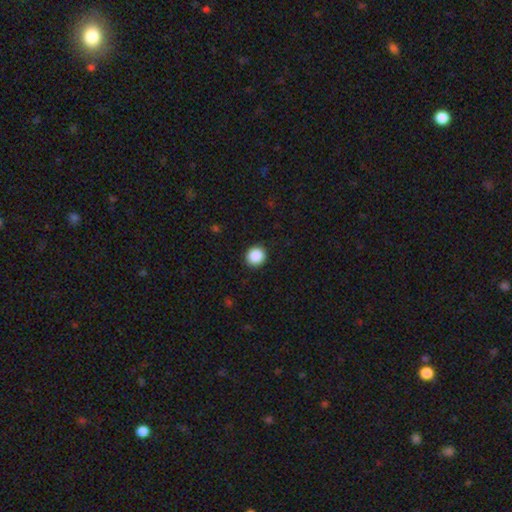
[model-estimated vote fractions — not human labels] The model was most divided on "smooth or featured": smooth: 88%, star or artifact: 9%, featured or disk: 3%. More confident: merging — none (92%); how rounded — round (91%).